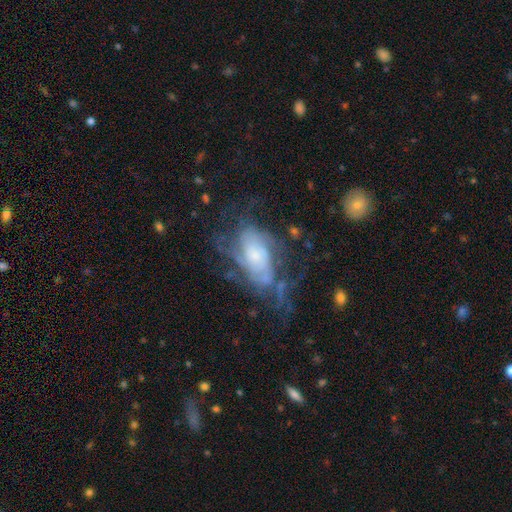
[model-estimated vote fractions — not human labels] A featured or disk galaxy (77%) with no bar (69%), tight (40%) spiral arms (84%) and a small central bulge (38%).

Vote fractions:
- Smooth or featured? featured or disk: 77% / smooth: 15% / star or artifact: 8%
- Edge-on disk? no: 95% / yes: 5%
- Bar? no: 69% / weak: 25% / strong: 6%
- Spiral arms? yes: 84% / no: 16%
- Spiral winding? tight: 40% / medium: 39% / loose: 21%
- Spiral arm count? can't tell: 45% / 2: 19% / 3: 14% / 4: 10% / 1: 6% / more than 4: 6%
- Bulge size? small: 38% / moderate: 35% / large: 17% / none: 8% / dominant: 3%
- Merging? none: 46% / major disturbance: 30% / minor disturbance: 20% / merger: 4%